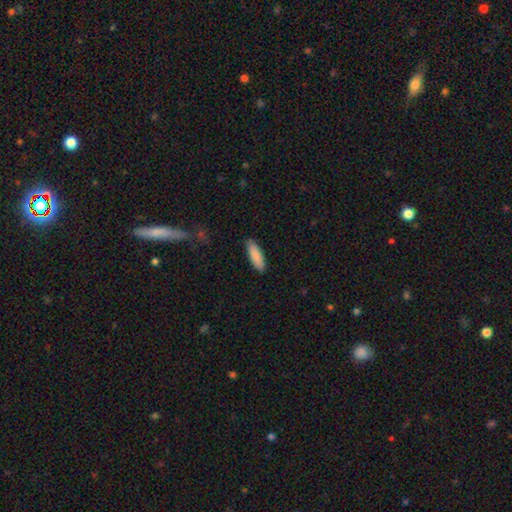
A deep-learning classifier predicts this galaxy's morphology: Overall: smooth (88%). How rounded: cigar-shaped (52%; in between 47%). Merging: none (89%).